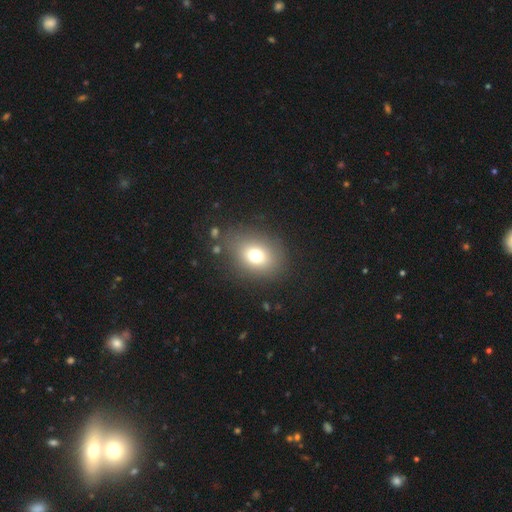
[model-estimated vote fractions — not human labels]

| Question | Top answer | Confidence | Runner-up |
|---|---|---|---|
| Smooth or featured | smooth | 72% | star or artifact (14%) |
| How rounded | in between | 54% | round (44%) |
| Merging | none | 80% | minor disturbance (11%) |